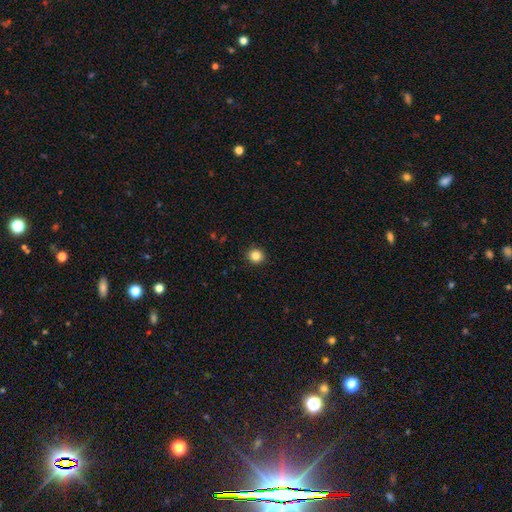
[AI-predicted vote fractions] A smooth galaxy with no disk features (85%) that is round (90%).

Vote fractions:
- Smooth or featured? smooth: 85% / star or artifact: 11% / featured or disk: 4%
- How rounded? round: 90% / in between: 9% / cigar-shaped: 1%
- Merging? none: 92% / minor disturbance: 5% / major disturbance: 2% / merger: 1%